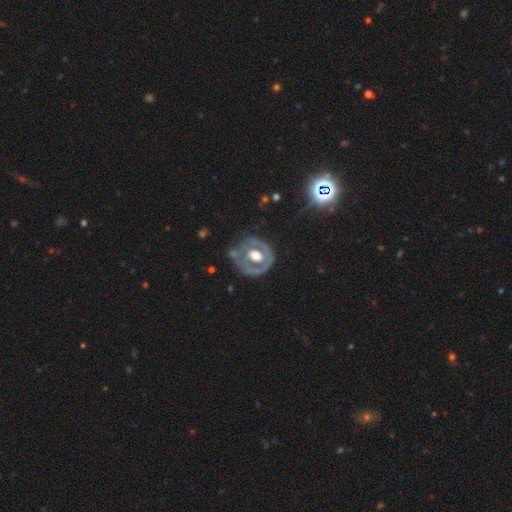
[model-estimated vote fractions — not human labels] The model was most divided on "bulge size": moderate: 55%, large: 36%, small: 5%, dominant: 2%, none: 2%. More confident: edge-on disk — no (95%); bar — no (72%); smooth or featured — featured or disk (68%); spiral arms — no (67%); merging — none (60%).